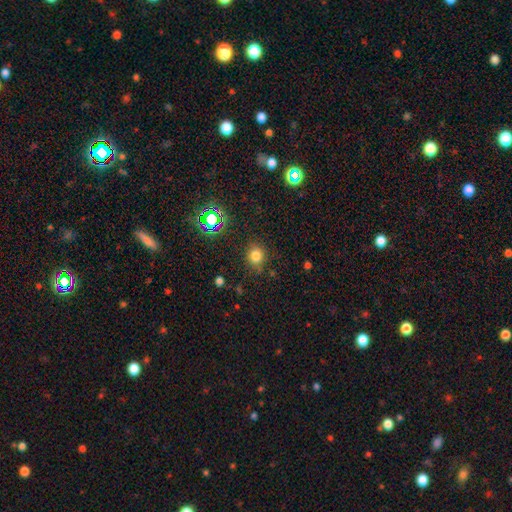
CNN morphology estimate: Smooth or featured? smooth (75%)
How rounded? round (74%)
Merging? none (79%)